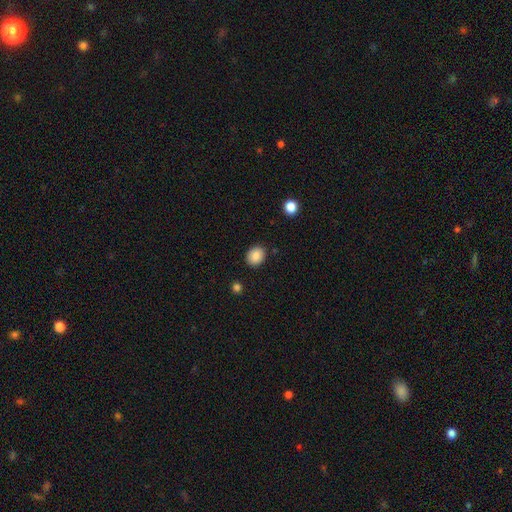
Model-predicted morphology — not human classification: smooth 88%, star or artifact 8%, featured or disk 4%. Down the decision tree: how rounded — round (59%); merging — none (88%).